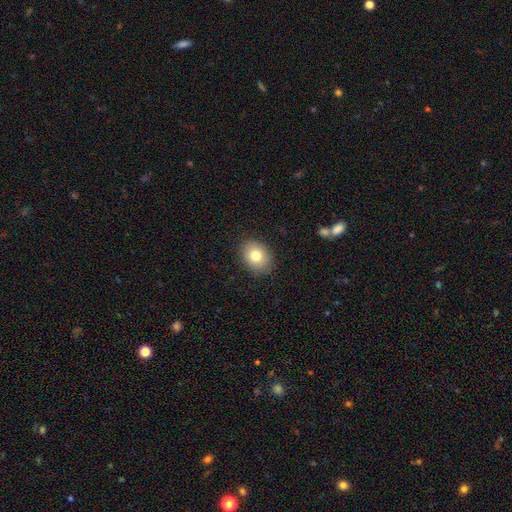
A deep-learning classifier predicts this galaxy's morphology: This appears to be a smooth galaxy with no disk features (79%) that is in between round and cigar-shaped (58%). Merging: none (88%).